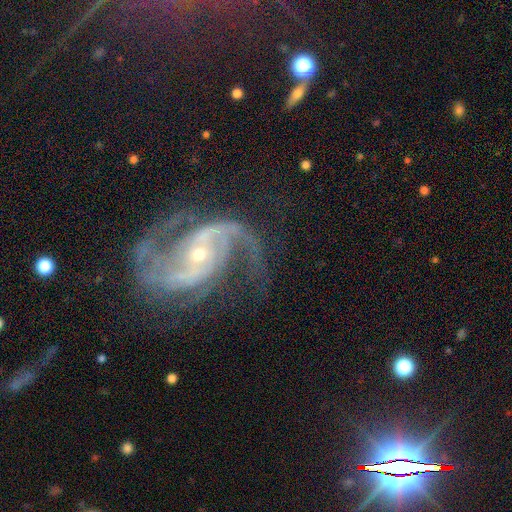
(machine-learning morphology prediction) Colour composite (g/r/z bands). It shows a featured or disk galaxy (89%) with no bar (43%), 2 (85%) medium (55%) spiral arms (98%) and a small central bulge (69%). Merging: none (66%).